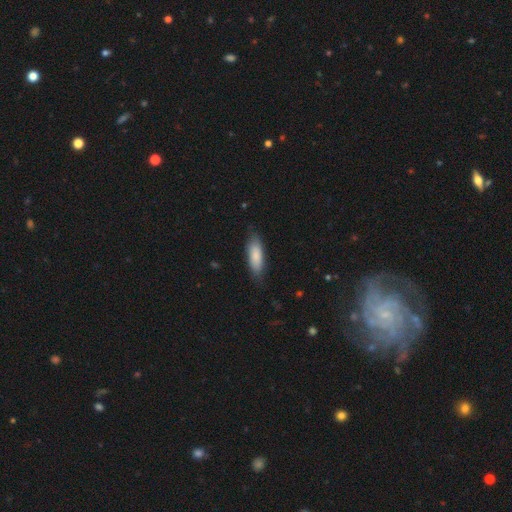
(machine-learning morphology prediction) Smooth or featured? smooth (84%)
How rounded? in between (61%)
Merging? none (78%)